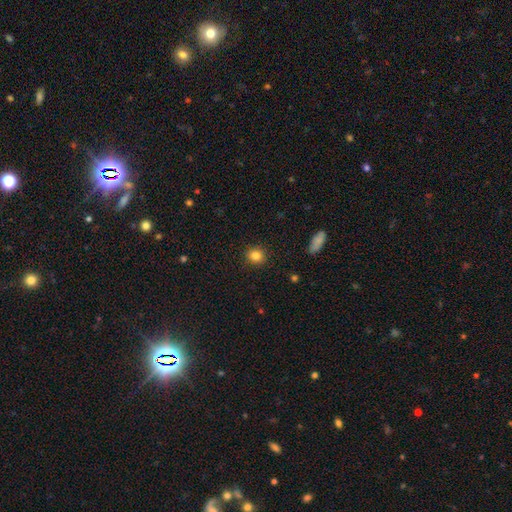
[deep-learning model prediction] This is clearly a smooth galaxy (83%). How rounded: clearly round (84%). Merging: clearly none (90%).